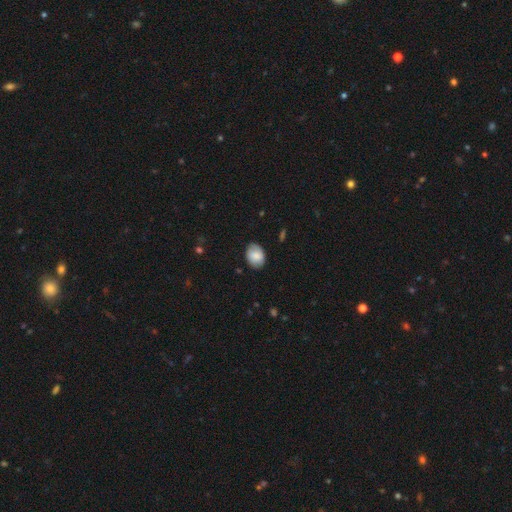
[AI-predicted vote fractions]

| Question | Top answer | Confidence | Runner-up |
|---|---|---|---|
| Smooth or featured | smooth | 81% | featured or disk (12%) |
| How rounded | in between | 76% | round (23%) |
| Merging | none | 80% | minor disturbance (16%) |